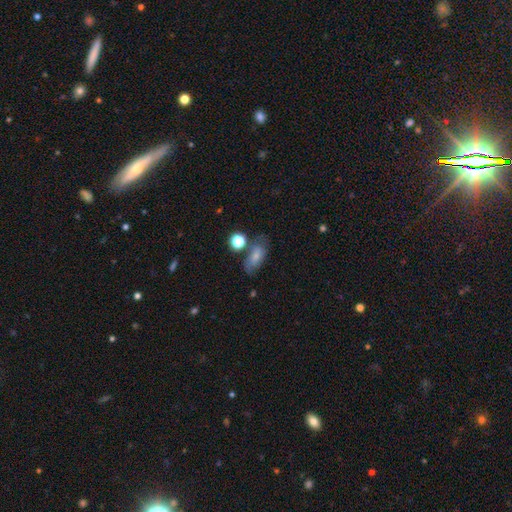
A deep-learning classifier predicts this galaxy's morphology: A smooth galaxy with no disk features (69%) that is in between round and cigar-shaped (80%). Merging: none (54%).